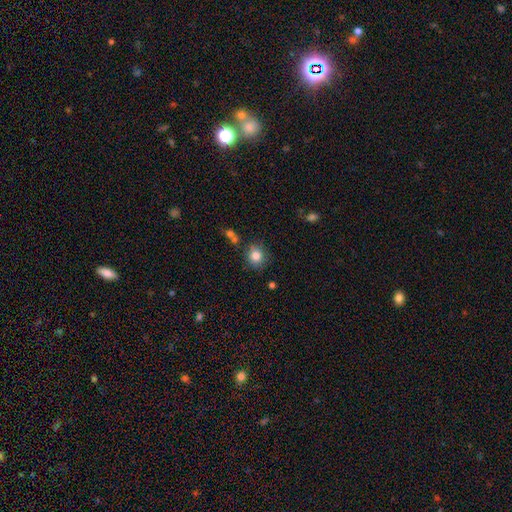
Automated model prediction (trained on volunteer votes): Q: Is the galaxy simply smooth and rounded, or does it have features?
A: smooth — 83%.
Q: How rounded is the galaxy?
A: round — 85%.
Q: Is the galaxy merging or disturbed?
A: none — 80%.